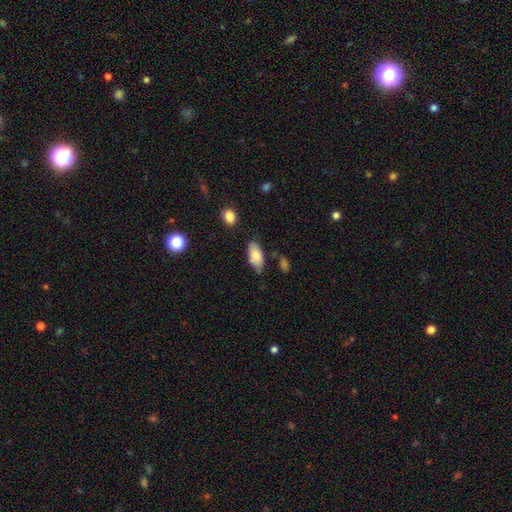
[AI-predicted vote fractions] Morphology: type=smooth (79%); roundness=in between (91%); merging=none (70%).